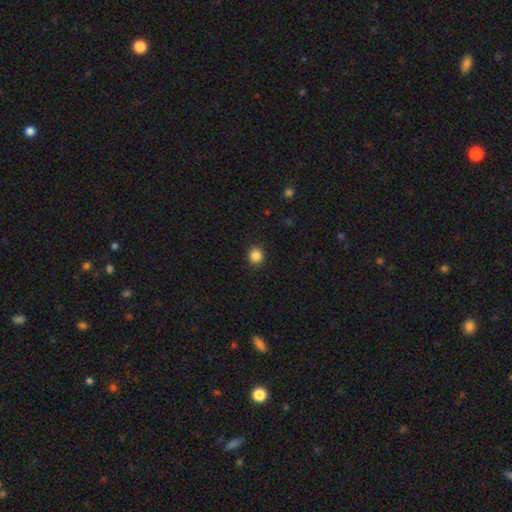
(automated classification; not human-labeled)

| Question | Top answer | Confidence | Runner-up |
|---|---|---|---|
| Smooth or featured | smooth | 86% | star or artifact (11%) |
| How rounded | round | 91% | in between (8%) |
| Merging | none | 92% | minor disturbance (5%) |